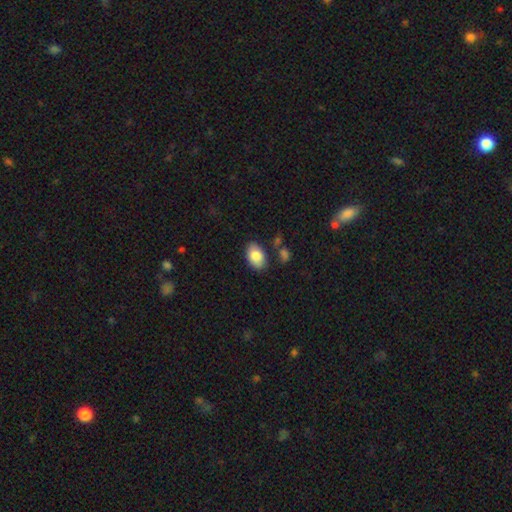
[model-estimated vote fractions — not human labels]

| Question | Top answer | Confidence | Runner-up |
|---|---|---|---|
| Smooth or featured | smooth | 83% | featured or disk (10%) |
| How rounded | in between | 91% | round (8%) |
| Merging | none | 80% | minor disturbance (13%) |